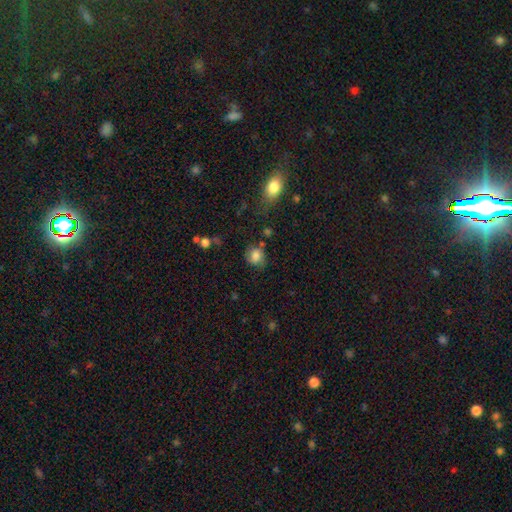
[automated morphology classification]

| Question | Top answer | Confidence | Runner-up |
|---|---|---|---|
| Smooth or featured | smooth | 80% | star or artifact (11%) |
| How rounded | round | 70% | in between (29%) |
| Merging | none | 61% | minor disturbance (24%) |